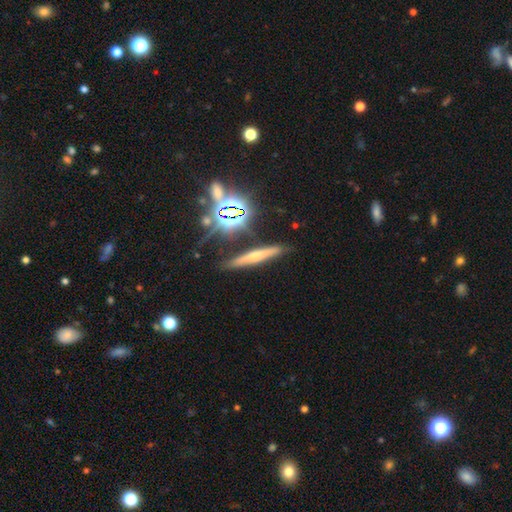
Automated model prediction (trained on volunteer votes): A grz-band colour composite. It shows a smooth galaxy with no disk features (40%). Merging: none (84%).